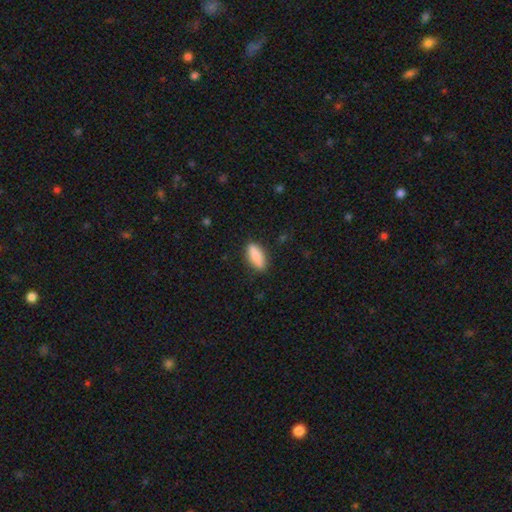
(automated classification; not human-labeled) smooth_or_featured: smooth (p=0.83) [alt: featured or disk p=0.10]
how_rounded: in between (p=0.59) [alt: cigar-shaped p=0.38]
merging: none (p=0.85) [alt: minor disturbance p=0.11]